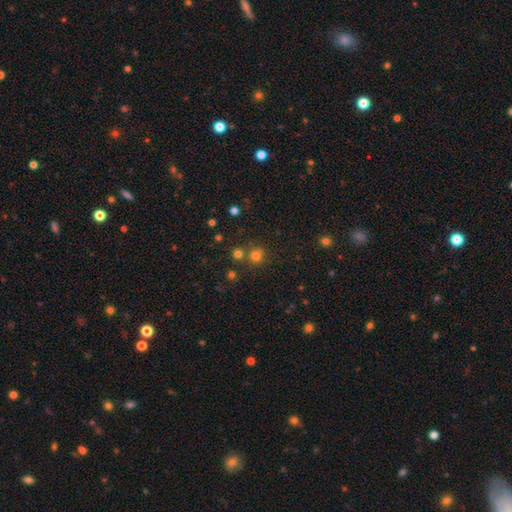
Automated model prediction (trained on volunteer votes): The model was most divided on "merging": none: 68%, merger: 20%, minor disturbance: 9%, major disturbance: 3%. More confident: how rounded — round (88%); smooth or featured — smooth (72%).